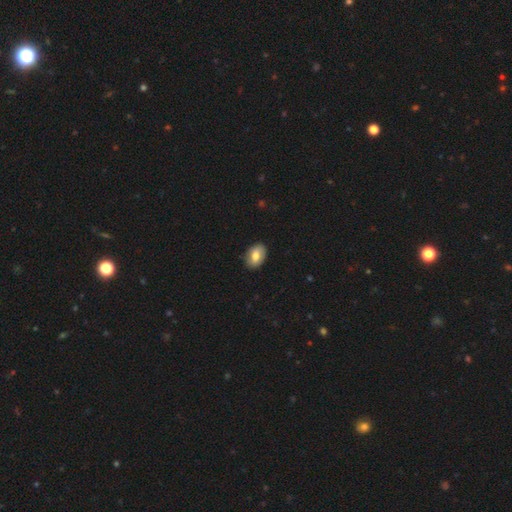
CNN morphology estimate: type=smooth (73%); roundness=in between (86%); merging=none (84%).